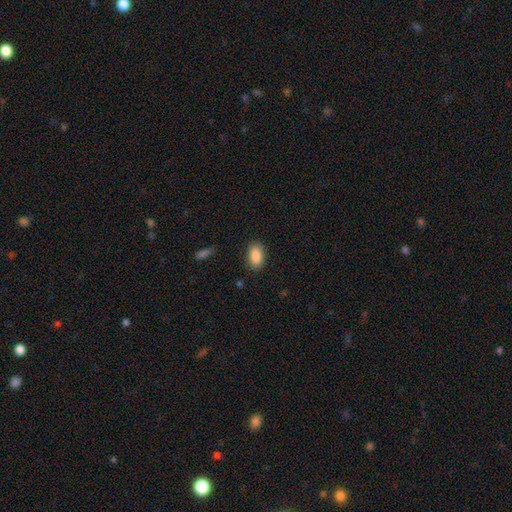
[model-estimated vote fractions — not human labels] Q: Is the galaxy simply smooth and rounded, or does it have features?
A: smooth — 88%.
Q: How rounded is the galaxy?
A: in between — 91%.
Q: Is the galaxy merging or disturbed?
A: none — 86%.